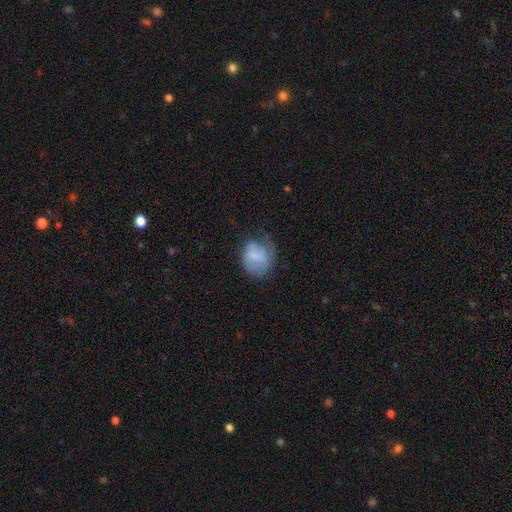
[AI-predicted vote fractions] Smooth or featured? Predicted: smooth (p=0.69). How rounded? Predicted: round (p=0.56). Merging? Predicted: none (p=0.42).